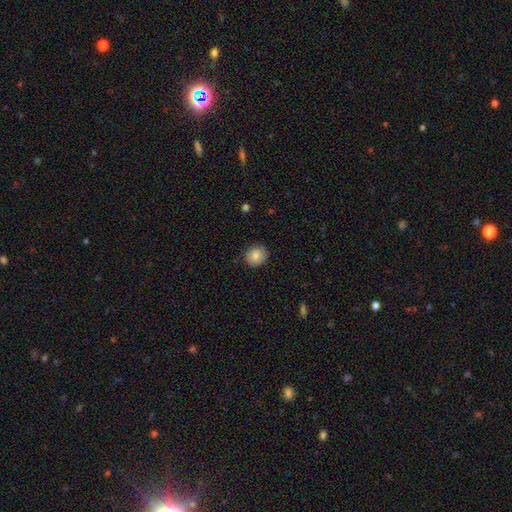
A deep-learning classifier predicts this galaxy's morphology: smooth-or-featured: smooth: 84% | star or artifact: 8% | featured or disk: 8%
  how-rounded: round: 81% | in between: 18% | cigar-shaped: 1%
  merging: none: 87% | minor disturbance: 10% | major disturbance: 2% | merger: 1%